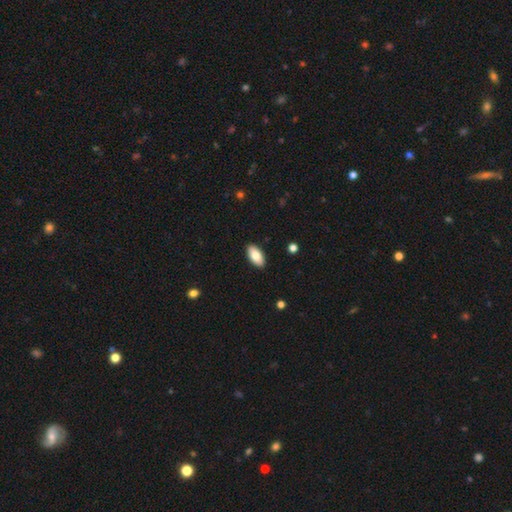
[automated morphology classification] The model was most divided on "smooth or featured": smooth: 82%, featured or disk: 12%, star or artifact: 6%. More confident: how rounded — in between (93%); merging — none (90%).